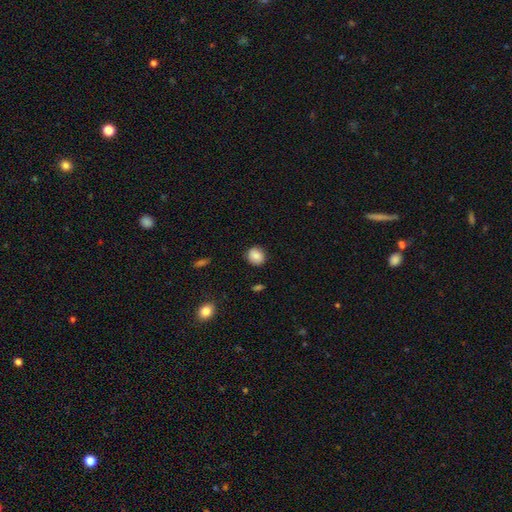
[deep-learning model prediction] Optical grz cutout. It shows a smooth galaxy with no disk features (87%) that is round (76%). Merging: none (87%).